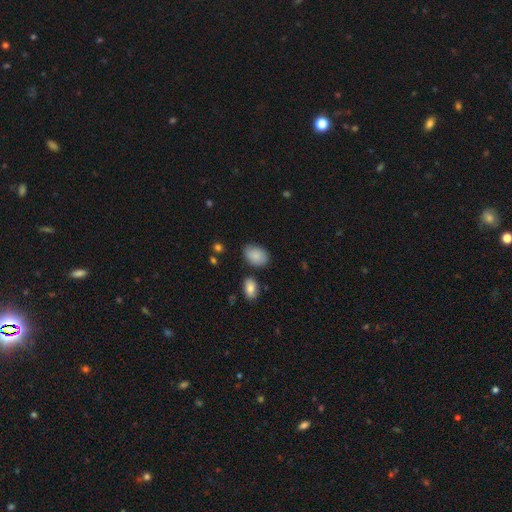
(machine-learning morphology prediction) Smooth or featured? Predicted: smooth (p=0.85). How rounded? Predicted: in between (p=0.84). Merging? Predicted: none (p=0.72).